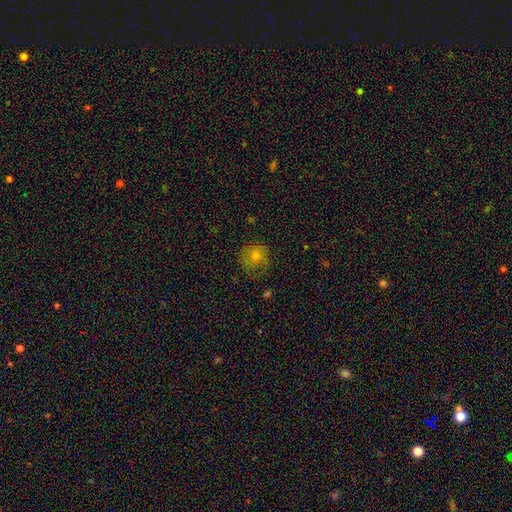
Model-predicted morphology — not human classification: type=smooth (62%); roundness=round (88%); merging=none (72%).